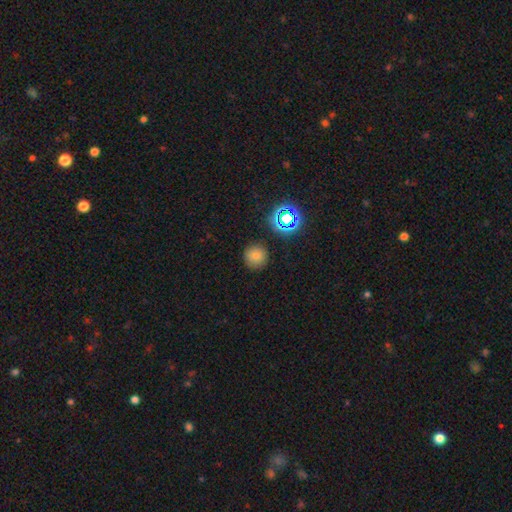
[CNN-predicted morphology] This is likely a smooth galaxy (72%). How rounded: clearly round (93%). Merging: clearly none (87%).